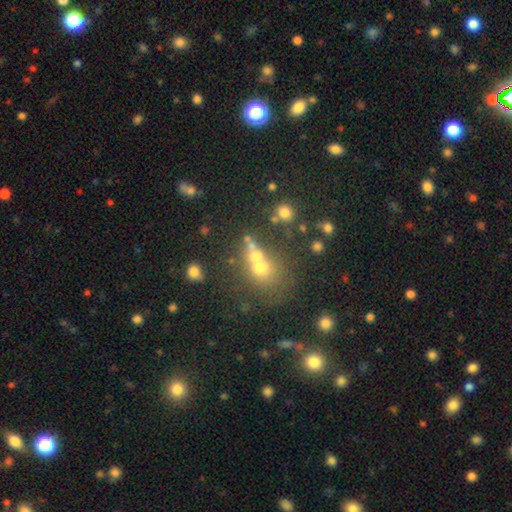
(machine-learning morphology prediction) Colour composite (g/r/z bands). It shows a smooth galaxy with no disk features (59%) that is round (71%). Merging: merger (48%).